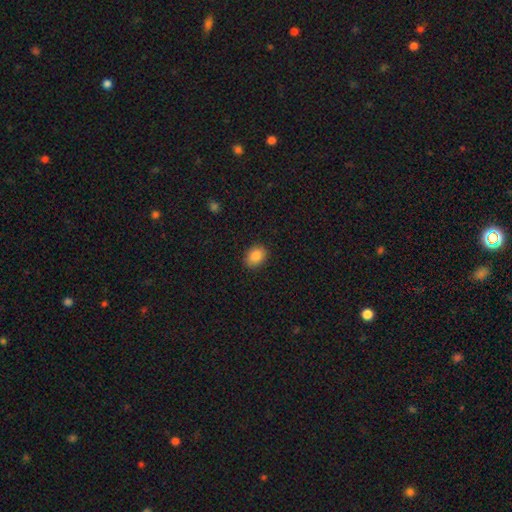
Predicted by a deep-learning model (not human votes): Overall: smooth (86%). How rounded: in between (70%). Merging: none (88%).